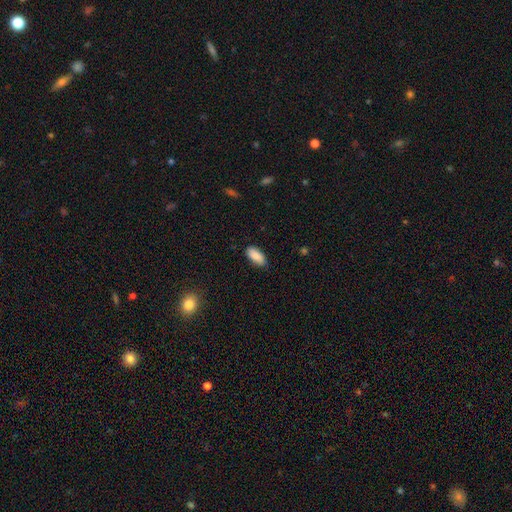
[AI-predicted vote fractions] Smooth or featured: smooth — 88% (star or artifact — 6%)
How rounded: in between — 88% (cigar-shaped — 10%)
Merging: none — 84% (minor disturbance — 13%)